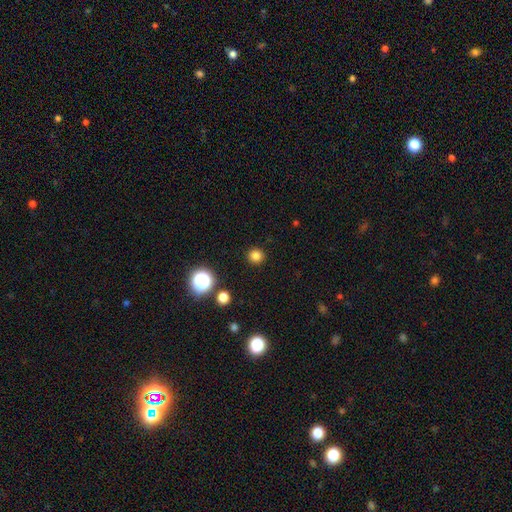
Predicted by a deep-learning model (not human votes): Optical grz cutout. It shows a smooth galaxy with no disk features (80%) that is round (94%). Merging: none (92%).